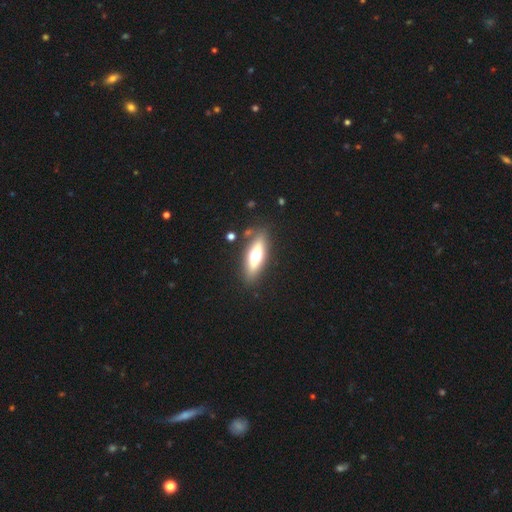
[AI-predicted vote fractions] Smooth or featured? Predicted: smooth (p=0.49). Merging? Predicted: none (p=0.83).